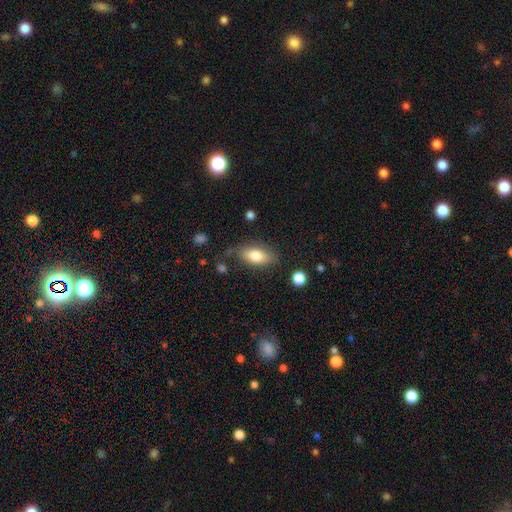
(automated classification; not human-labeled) smooth_or_featured: smooth (p=0.77) [alt: featured or disk p=0.16]
how_rounded: in between (p=0.87) [alt: cigar-shaped p=0.08]
merging: none (p=0.75) [alt: minor disturbance p=0.17]